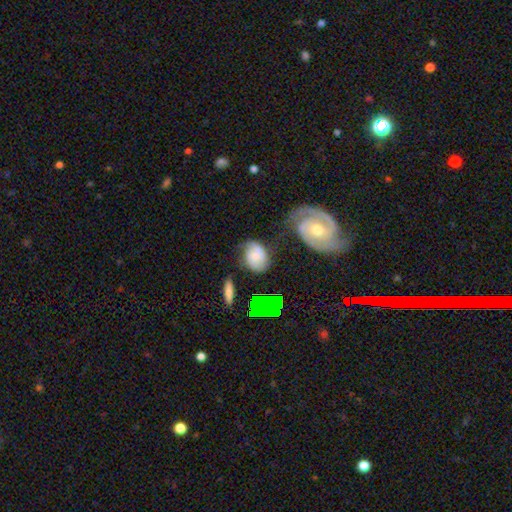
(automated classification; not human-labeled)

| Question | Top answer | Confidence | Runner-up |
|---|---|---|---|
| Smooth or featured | smooth | 45% | featured or disk (44%) |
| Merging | none | 47% | minor disturbance (27%) |